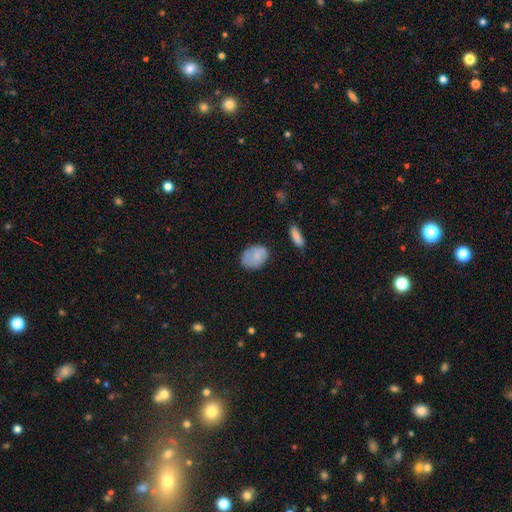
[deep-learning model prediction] Morphology: type=smooth (78%); roundness=in between (71%); merging=none (68%).